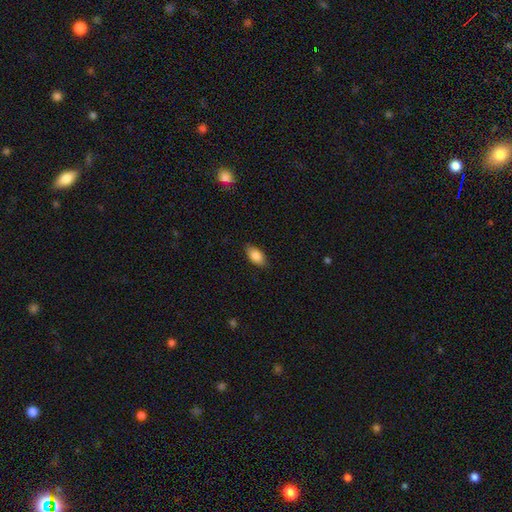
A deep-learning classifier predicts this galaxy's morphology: This is clearly a smooth galaxy (86%). How rounded: clearly in between (91%). Merging: clearly none (85%).